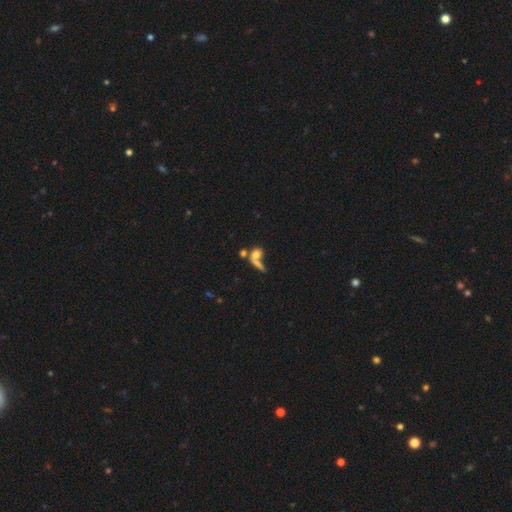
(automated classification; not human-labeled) smooth_or_featured: smooth (p=0.64) [alt: featured or disk p=0.24]
how_rounded: round (p=0.46) [alt: in between p=0.41]
merging: merger (p=0.49) [alt: none p=0.30]